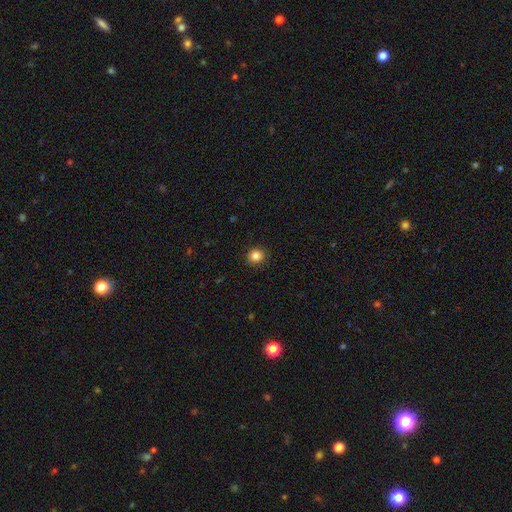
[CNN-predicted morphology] A smooth galaxy with no disk features (85%) that is round (86%). Merging: none (88%).